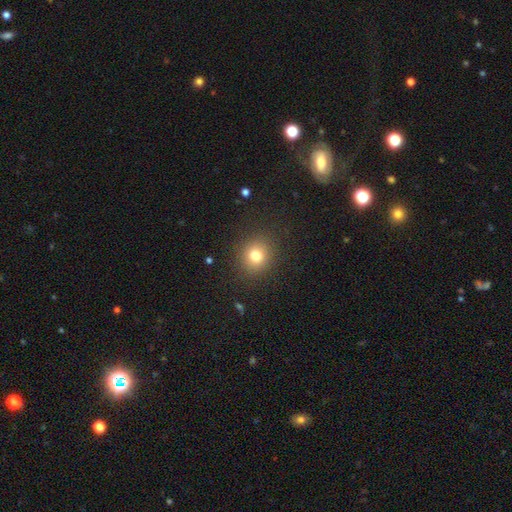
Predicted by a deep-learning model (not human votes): smooth 77%, star or artifact 14%, featured or disk 9%. Down the decision tree: how rounded — round (79%); merging — none (88%).